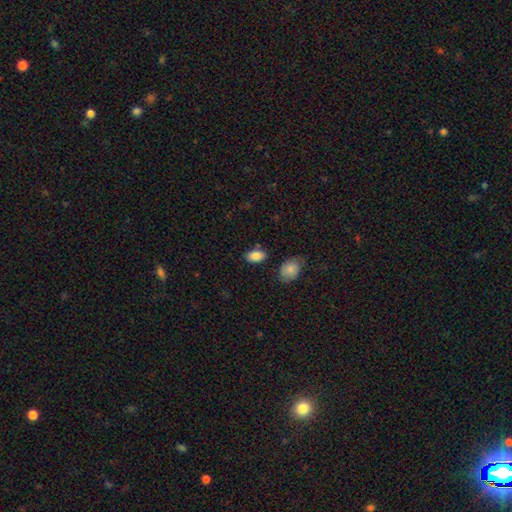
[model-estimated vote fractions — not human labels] Smooth or featured? Predicted: smooth (p=0.86). How rounded? Predicted: in between (p=0.92). Merging? Predicted: none (p=0.79).